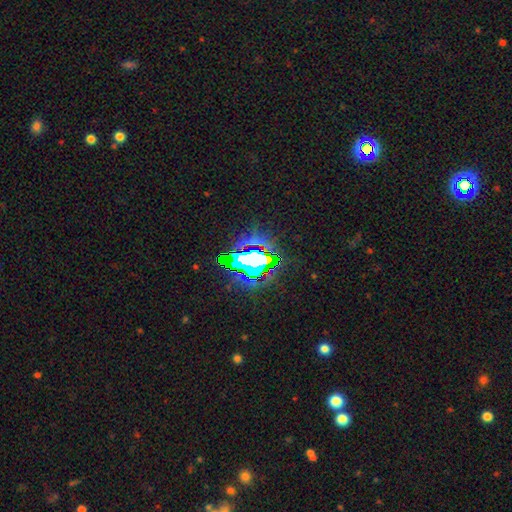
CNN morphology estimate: The model was most divided on "smooth or featured": star or artifact: 78%, smooth: 11%, featured or disk: 11%.